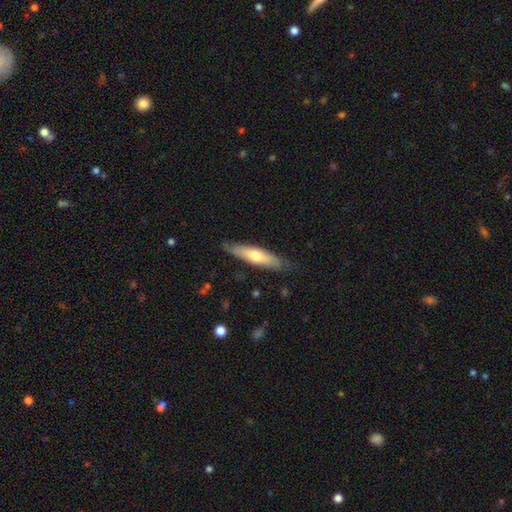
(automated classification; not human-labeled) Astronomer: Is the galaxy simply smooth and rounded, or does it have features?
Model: smooth — 56% (runner-up: featured or disk, 39%).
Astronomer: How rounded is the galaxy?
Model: cigar-shaped — 74%.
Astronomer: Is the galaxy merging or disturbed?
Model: none — 81%.